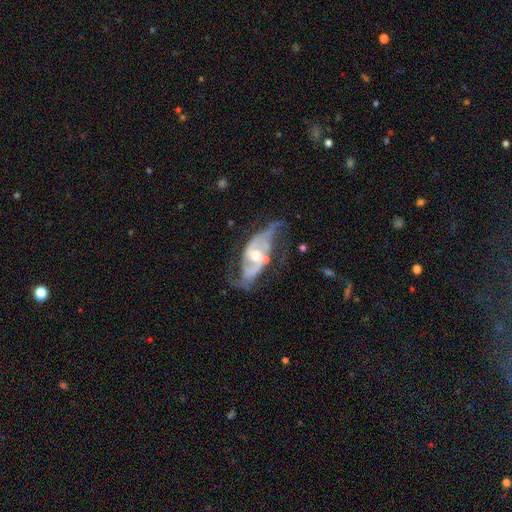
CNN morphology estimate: Smooth or featured: featured or disk — 85% (smooth — 9%)
Edge-on disk: no — 93% (yes — 7%)
Bar: no — 52% (weak — 35%)
Spiral arms: yes — 90% (no — 10%)
Spiral winding: medium — 44% (loose — 33%)
Spiral arm count: 2 — 75% (can't tell — 13%)
Bulge size: moderate — 65% (small — 26%)
Merging: none — 51% (minor disturbance — 23%)